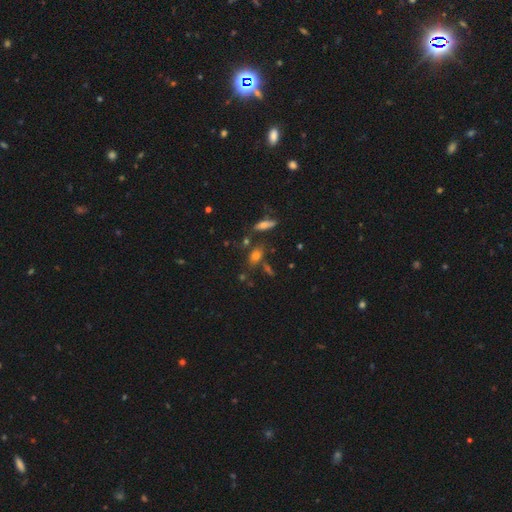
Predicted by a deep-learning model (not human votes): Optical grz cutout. It shows a smooth galaxy with no disk features (67%) that is in between round and cigar-shaped (72%). Merging: none (68%).